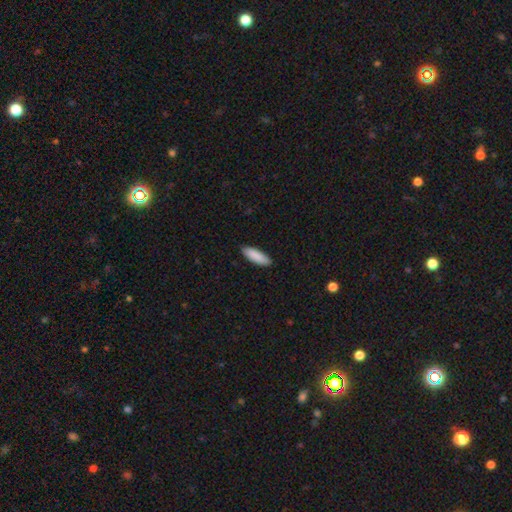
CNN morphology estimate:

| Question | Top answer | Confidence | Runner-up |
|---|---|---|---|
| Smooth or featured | smooth | 90% | star or artifact (5%) |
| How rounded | in between | 53% | cigar-shaped (45%) |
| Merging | none | 90% | minor disturbance (8%) |